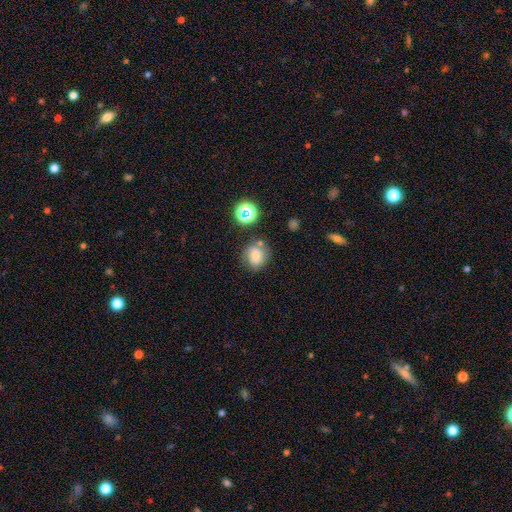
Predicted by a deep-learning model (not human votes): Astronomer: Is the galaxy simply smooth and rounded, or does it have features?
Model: smooth — 74%.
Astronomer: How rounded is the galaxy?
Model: round — 67%.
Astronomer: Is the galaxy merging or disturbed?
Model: none — 66%.